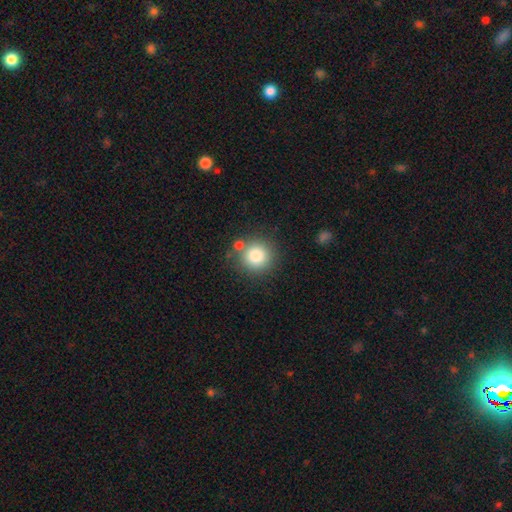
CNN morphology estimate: Smooth or featured? Predicted: smooth (p=0.81). How rounded? Predicted: round (p=0.92). Merging? Predicted: none (p=0.75).